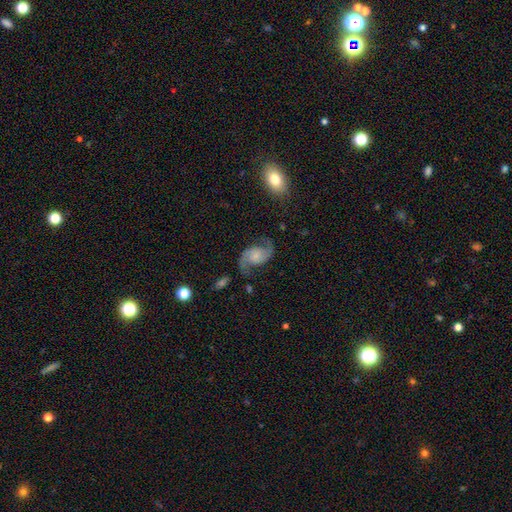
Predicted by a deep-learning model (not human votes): Morphology: type=featured or disk (86%); edge-on=no (98%); bar=no (63%); spiral arms=yes (97%); winding=loose (53%); arm count=2 (94%); bulge=small (38%); merging=none (74%).